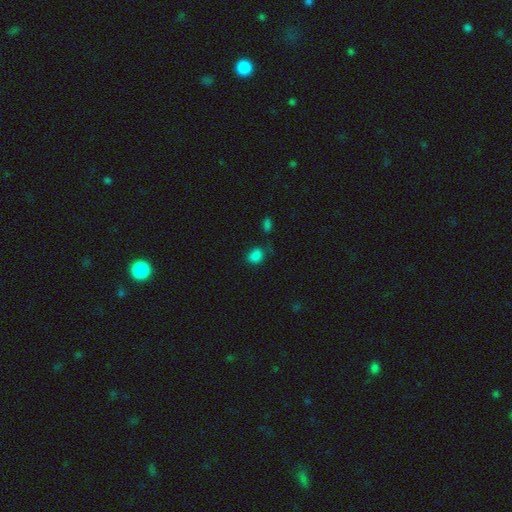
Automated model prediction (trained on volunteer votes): A smooth galaxy with no disk features (81%) that is in between round and cigar-shaped (61%). Merging: none (63%).